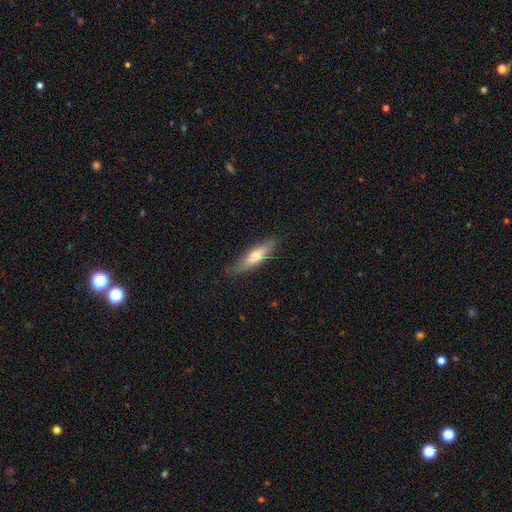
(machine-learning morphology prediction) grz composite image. It shows a smooth galaxy with no disk features (62%) that is cigar-shaped (65%). Merging: none (82%).